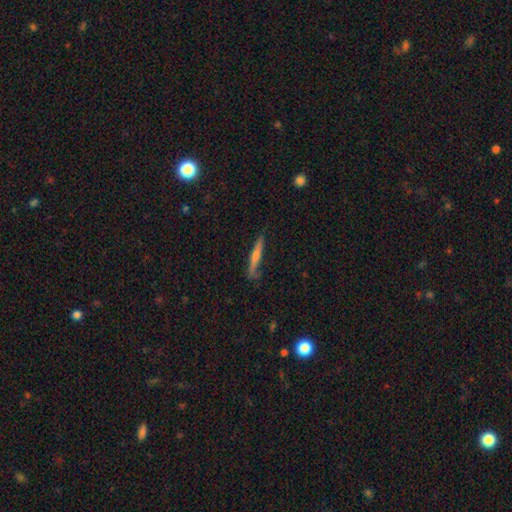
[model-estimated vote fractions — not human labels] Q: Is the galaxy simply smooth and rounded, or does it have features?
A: featured or disk — 56%.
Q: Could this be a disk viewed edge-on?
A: yes — 95%.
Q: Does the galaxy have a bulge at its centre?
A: rounded — 67%.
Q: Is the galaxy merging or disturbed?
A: none — 79%.